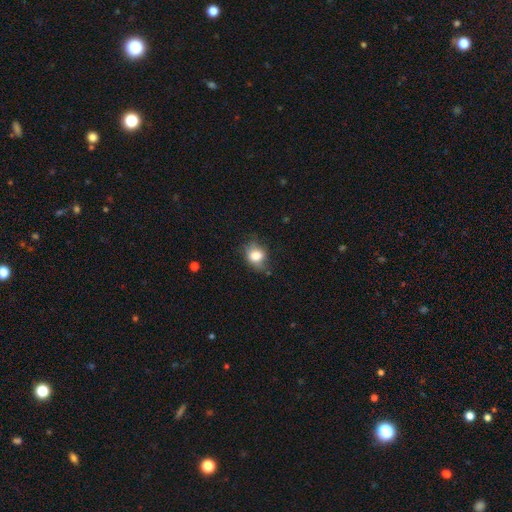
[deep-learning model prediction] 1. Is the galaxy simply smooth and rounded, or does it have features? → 77% smooth, 13% featured or disk, 10% star or artifact.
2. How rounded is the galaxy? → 50% in between, 48% round, 1% cigar-shaped.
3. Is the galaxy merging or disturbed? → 59% none, 29% minor disturbance, 10% major disturbance, 2% merger.